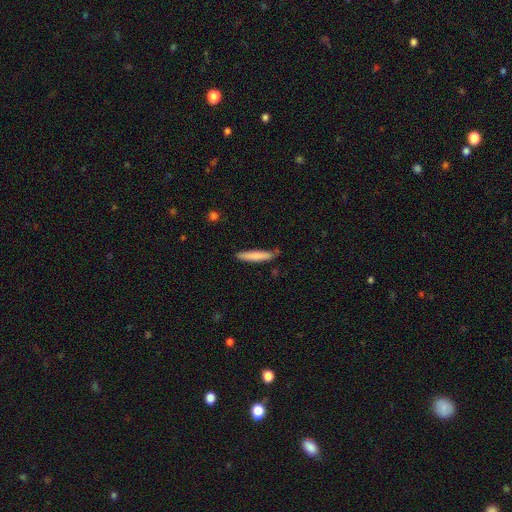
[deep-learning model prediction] This appears to be a smooth galaxy with no disk features (78%) that is cigar-shaped (91%). Merging: none (80%).